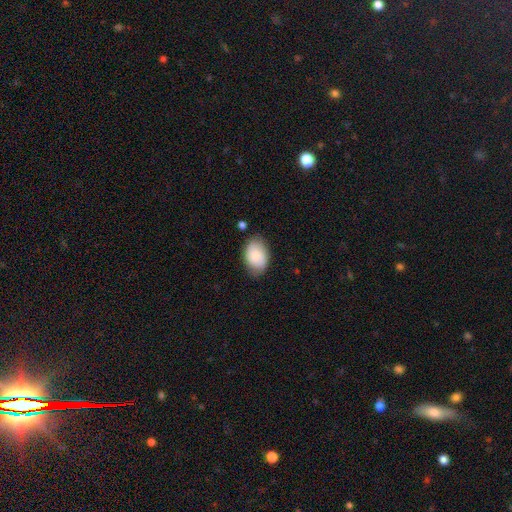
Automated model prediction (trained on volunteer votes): This appears to be a smooth galaxy with no disk features (83%) that is in between round and cigar-shaped (87%). Merging: none (75%).